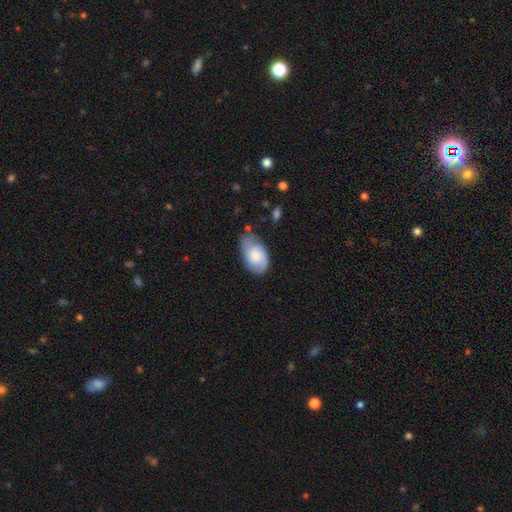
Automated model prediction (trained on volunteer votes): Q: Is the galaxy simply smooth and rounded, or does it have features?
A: smooth — 52%.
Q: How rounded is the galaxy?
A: in between — 92%.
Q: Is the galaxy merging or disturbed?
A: none — 63%.